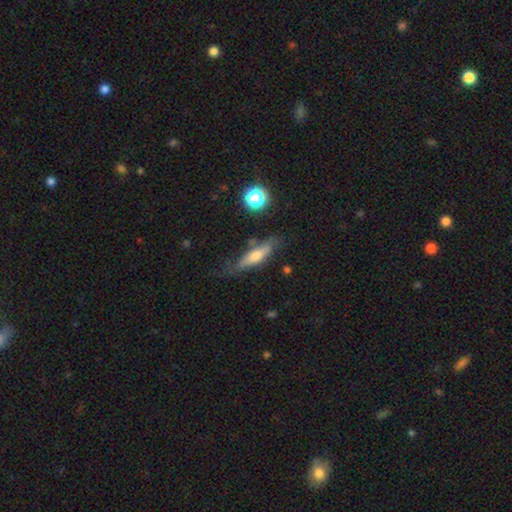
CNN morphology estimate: This is possibly a smooth galaxy (51%). How rounded: likely cigar-shaped (67%). Merging: likely none (66%).